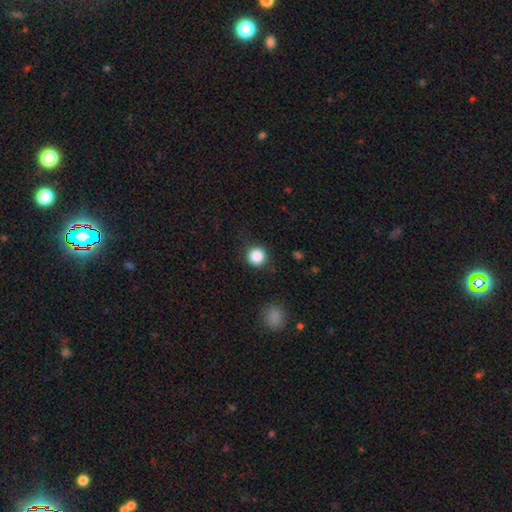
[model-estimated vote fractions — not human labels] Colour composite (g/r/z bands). It shows a smooth galaxy with no disk features (86%) that is round (93%). Merging: none (85%).